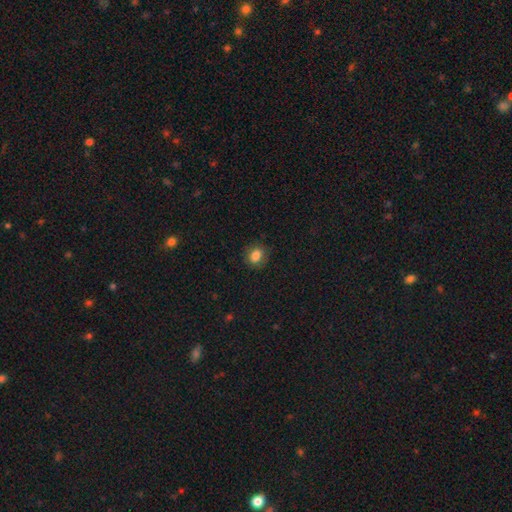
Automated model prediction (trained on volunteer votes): The model was most divided on "how rounded": round: 56%, in between: 43%, cigar-shaped: 1%. More confident: merging — none (84%); smooth or featured — smooth (83%).